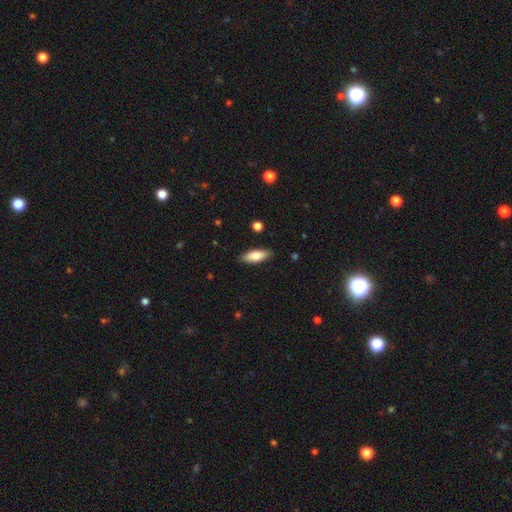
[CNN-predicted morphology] type=smooth (74%); roundness=in between (73%); merging=none (87%).